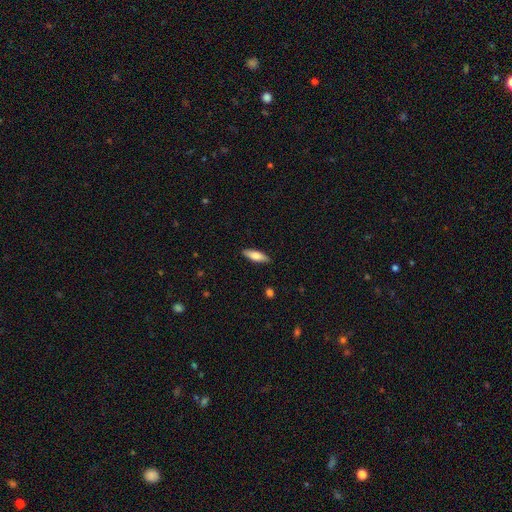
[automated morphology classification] Overall: smooth (75%). How rounded: in between (54%; cigar-shaped 44%). Merging: none (88%).